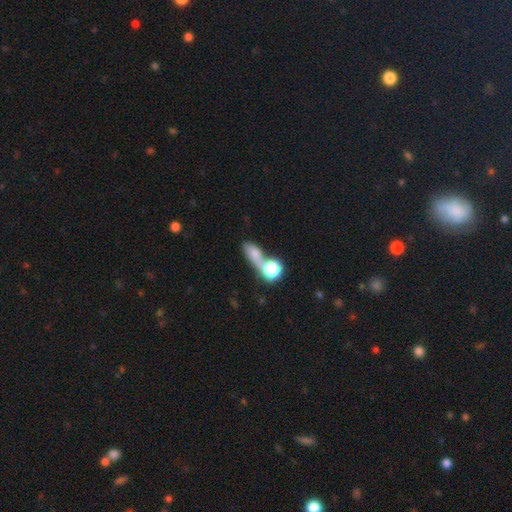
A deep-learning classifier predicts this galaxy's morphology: smooth 66%, star or artifact 18%, featured or disk 17%. Down the decision tree: how rounded — in between (53%); merging — merger (40%).